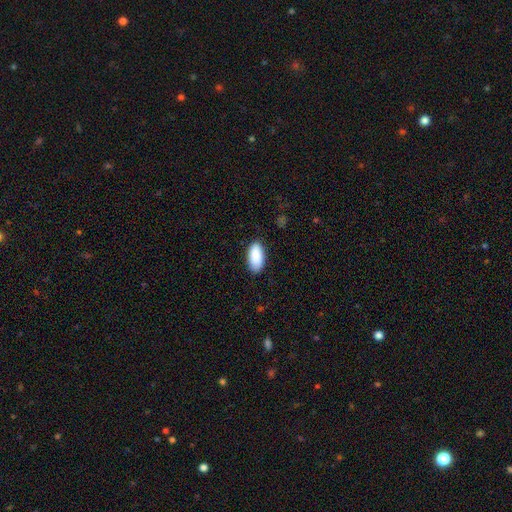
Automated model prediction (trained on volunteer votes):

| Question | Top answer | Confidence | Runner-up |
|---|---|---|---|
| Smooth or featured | smooth | 91% | star or artifact (6%) |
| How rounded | in between | 95% | cigar-shaped (3%) |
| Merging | none | 85% | minor disturbance (11%) |